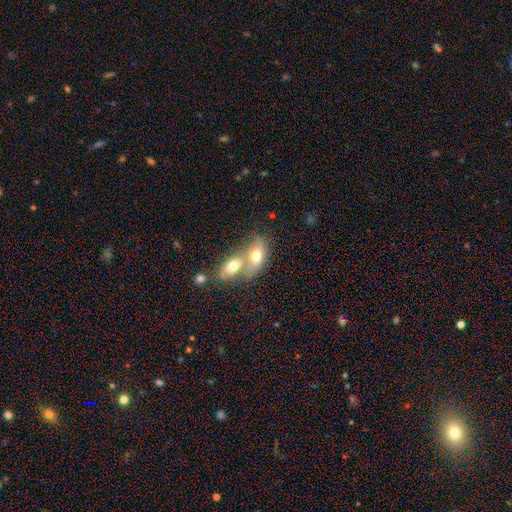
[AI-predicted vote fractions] Smooth or featured? Predicted: smooth (p=0.67). How rounded? Predicted: in between (p=0.82). Merging? Predicted: merger (p=0.67).